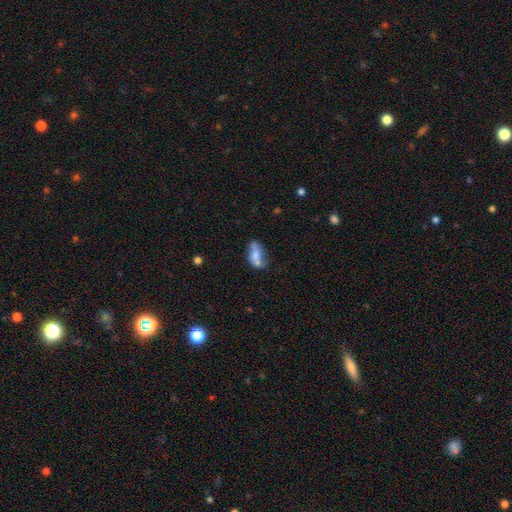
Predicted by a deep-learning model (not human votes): Smooth or featured: smooth — 55% (featured or disk — 37%)
How rounded: in between — 79% (cigar-shaped — 16%)
Merging: none — 43% (minor disturbance — 23%)